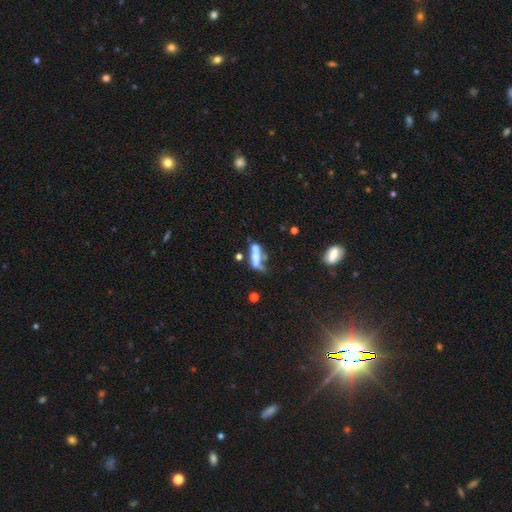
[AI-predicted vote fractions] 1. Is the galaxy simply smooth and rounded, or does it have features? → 52% smooth, 37% featured or disk, 12% star or artifact.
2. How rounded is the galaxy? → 51% cigar-shaped, 45% in between, 3% round.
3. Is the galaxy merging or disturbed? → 31% merger, 28% none, 21% major disturbance, 20% minor disturbance.